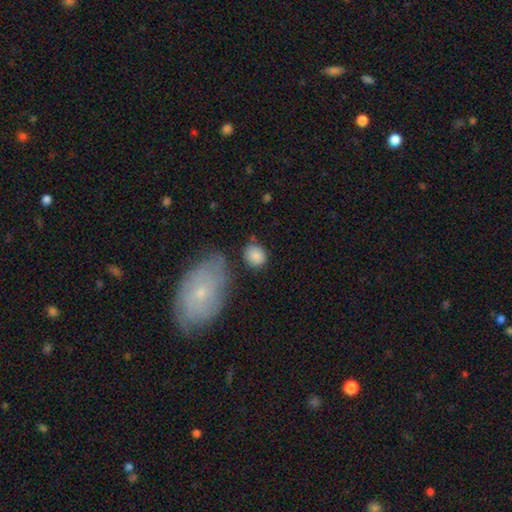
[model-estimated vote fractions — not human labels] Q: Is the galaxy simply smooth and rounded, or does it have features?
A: smooth — 85%.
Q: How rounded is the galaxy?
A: round — 73%.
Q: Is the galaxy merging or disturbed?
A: none — 75%.